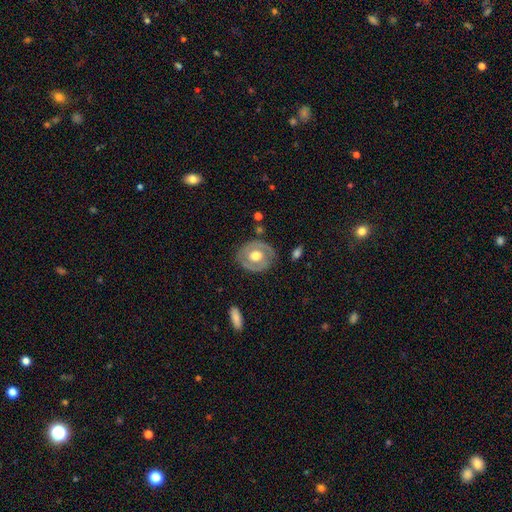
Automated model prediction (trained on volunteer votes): Overall: featured or disk (62%; smooth 33%). Edge-on disk: no (95%). Bar: no (73%). Spiral arms: no (57%; yes 43%). Bulge size: moderate (60%; large 33%). Merging: none (80%).